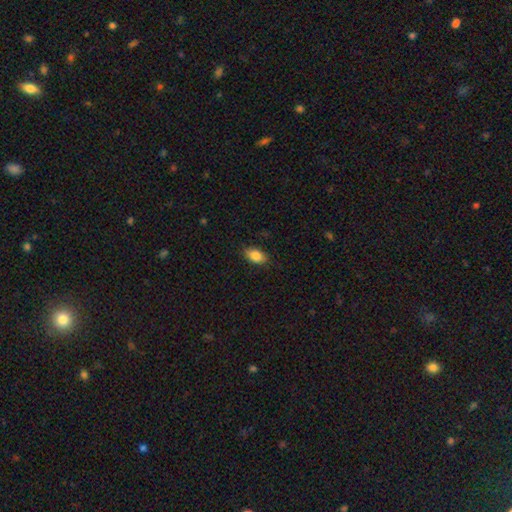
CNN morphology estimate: Overall: smooth (85%). How rounded: in between (91%). Merging: none (86%).